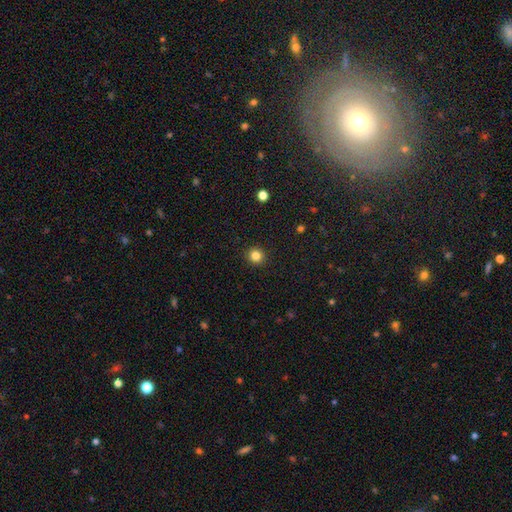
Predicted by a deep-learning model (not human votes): smooth 84%, star or artifact 12%, featured or disk 5%. Down the decision tree: how rounded — round (92%); merging — none (92%).